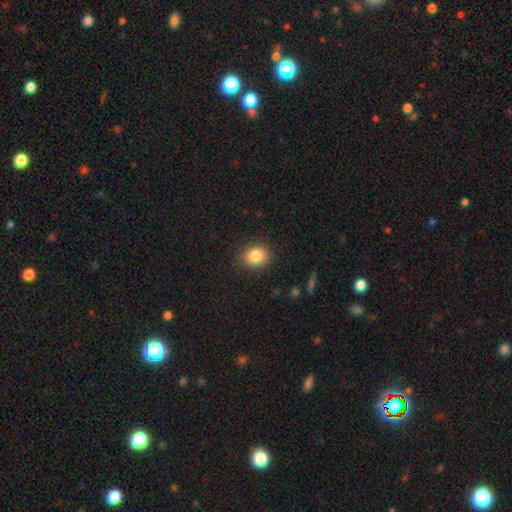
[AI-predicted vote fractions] Morphology: type=smooth (84%); roundness=round (62%); merging=none (88%).